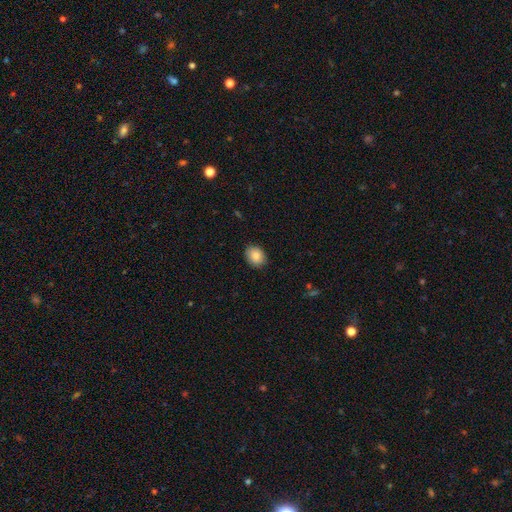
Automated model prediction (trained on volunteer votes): Q: Smooth or featured?
A: smooth (86%); runner-up: star or artifact (8%)
Q: How rounded?
A: in between (50%); runner-up: round (49%)
Q: Merging?
A: none (87%); runner-up: minor disturbance (10%)